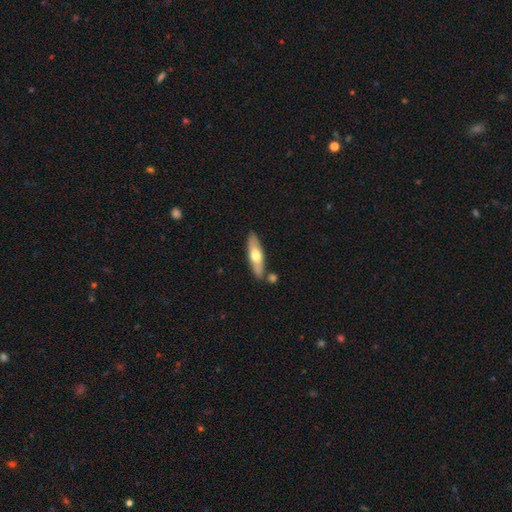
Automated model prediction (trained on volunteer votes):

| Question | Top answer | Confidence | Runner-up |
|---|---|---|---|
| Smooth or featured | smooth | 54% | featured or disk (41%) |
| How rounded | cigar-shaped | 60% | in between (38%) |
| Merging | none | 78% | minor disturbance (11%) |